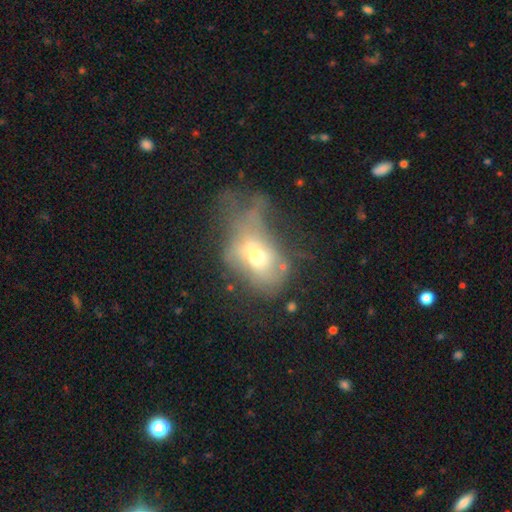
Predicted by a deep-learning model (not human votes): smooth_or_featured: smooth (p=0.44) [alt: featured or disk p=0.42]
merging: major disturbance (p=0.49) [alt: minor disturbance p=0.22]